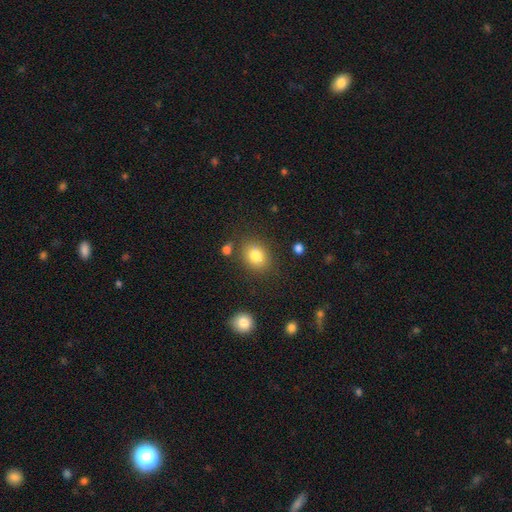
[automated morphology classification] Q: Smooth or featured?
A: smooth (82%); runner-up: star or artifact (10%)
Q: How rounded?
A: round (52%); runner-up: in between (47%)
Q: Merging?
A: none (81%); runner-up: minor disturbance (11%)